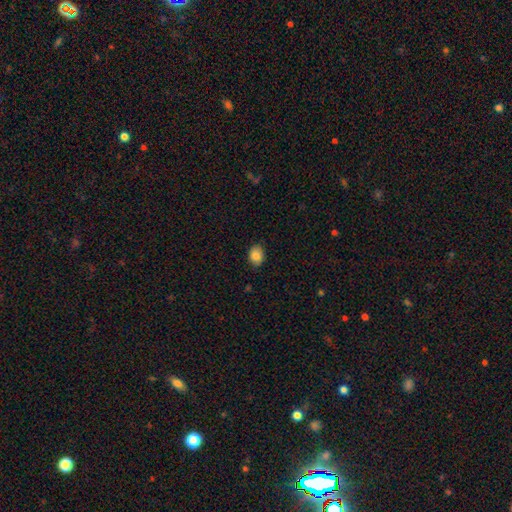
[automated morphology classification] The model was most divided on "how rounded": in between: 67%, round: 32%, cigar-shaped: 1%. More confident: smooth or featured — smooth (85%); merging — none (85%).